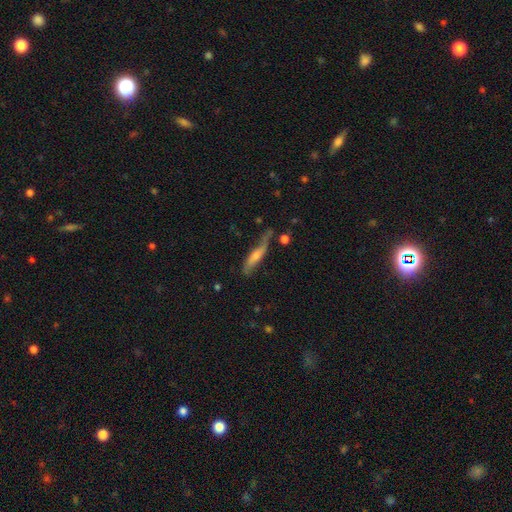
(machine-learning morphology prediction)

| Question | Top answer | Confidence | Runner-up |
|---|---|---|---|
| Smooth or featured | featured or disk | 54% | smooth (38%) |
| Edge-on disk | yes | 69% | no (31%) |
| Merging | none | 50% | minor disturbance (28%) |